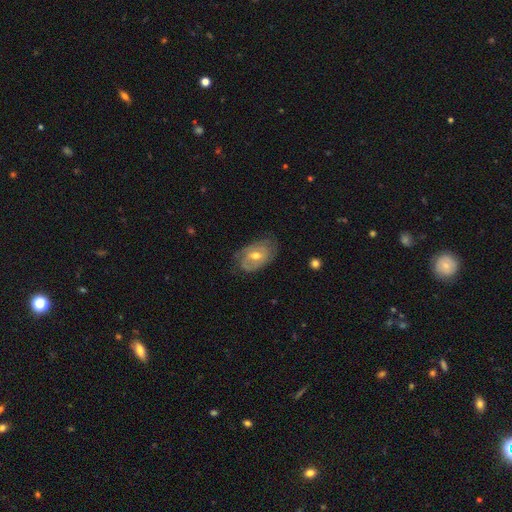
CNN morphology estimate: smooth-or-featured: featured or disk: 62% | smooth: 32% | star or artifact: 7%
  disk-edge-on: no: 93% | yes: 7%
    bar: weak: 43% | no: 42% | strong: 15%
    has-spiral-arms: yes: 62% | no: 38%
    bulge-size: moderate: 71% | small: 23% | large: 4% | none: 1% | dominant: 1%
  merging: none: 59% | minor disturbance: 29% | major disturbance: 11% | merger: 1%